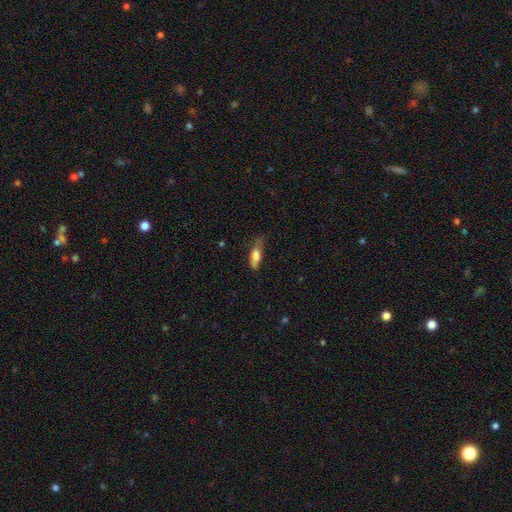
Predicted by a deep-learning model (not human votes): This is likely a smooth galaxy (74%). How rounded: likely in between (63%). Merging: marginally none (38%).